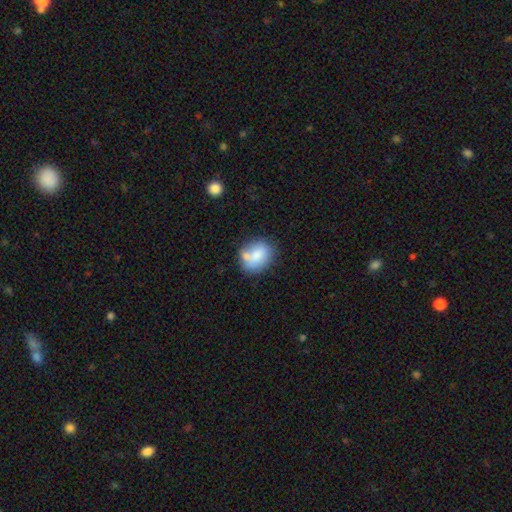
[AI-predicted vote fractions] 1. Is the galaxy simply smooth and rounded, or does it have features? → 76% smooth, 16% featured or disk, 8% star or artifact.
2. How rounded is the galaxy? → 56% in between, 43% round, 1% cigar-shaped.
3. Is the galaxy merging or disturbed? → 51% none, 21% merger, 21% minor disturbance, 7% major disturbance.